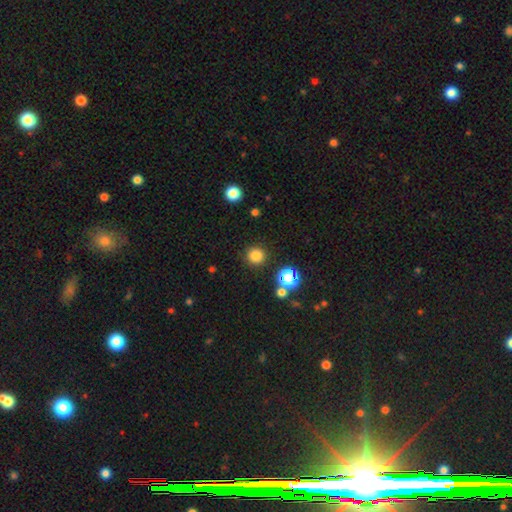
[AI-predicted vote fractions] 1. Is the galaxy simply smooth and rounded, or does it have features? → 80% smooth, 15% star or artifact, 4% featured or disk.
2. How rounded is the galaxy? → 94% round, 5% in between, 1% cigar-shaped.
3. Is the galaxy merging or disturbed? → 89% none, 6% minor disturbance, 3% merger, 3% major disturbance.